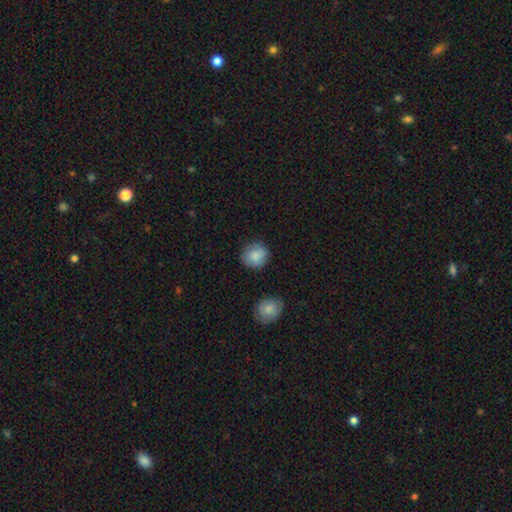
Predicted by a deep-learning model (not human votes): A smooth galaxy with no disk features (85%) that is round (89%).

Vote fractions:
- Smooth or featured? smooth: 85% / featured or disk: 8% / star or artifact: 7%
- How rounded? round: 89% / in between: 10% / cigar-shaped: 1%
- Merging? none: 83% / minor disturbance: 12% / major disturbance: 3% / merger: 2%